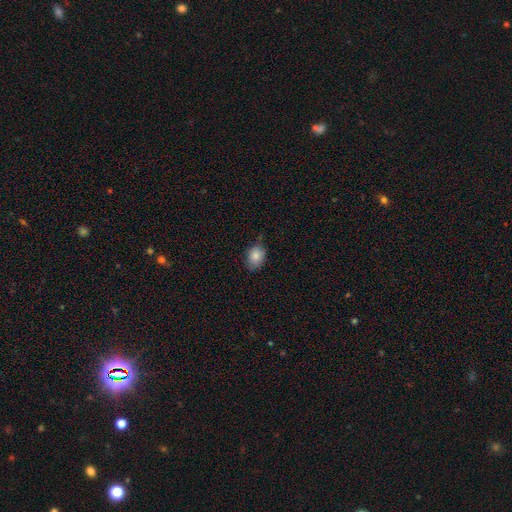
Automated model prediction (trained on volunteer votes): smooth_or_featured: smooth (p=0.85) [alt: star or artifact p=0.08]
how_rounded: in between (p=0.69) [alt: round p=0.30]
merging: none (p=0.72) [alt: minor disturbance p=0.23]